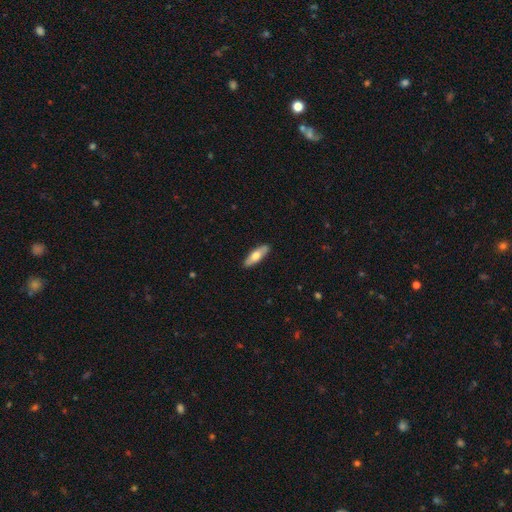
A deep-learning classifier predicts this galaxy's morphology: Smooth or featured? Predicted: smooth (p=0.62). How rounded? Predicted: cigar-shaped (p=0.49, tied with in between). Merging? Predicted: none (p=0.88).